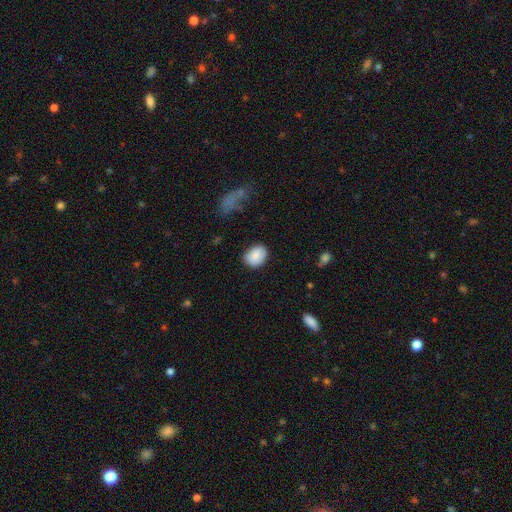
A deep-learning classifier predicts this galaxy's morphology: smooth-or-featured: smooth: 86% | star or artifact: 7% | featured or disk: 7%
  how-rounded: in between: 57% | round: 42% | cigar-shaped: 1%
  merging: none: 79% | minor disturbance: 16% | major disturbance: 3% | merger: 2%